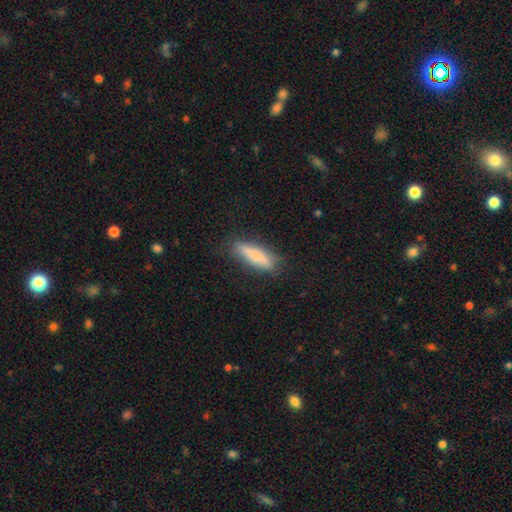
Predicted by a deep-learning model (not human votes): smooth_or_featured: smooth (p=0.77) [alt: featured or disk p=0.17]
how_rounded: cigar-shaped (p=0.74) [alt: in between p=0.25]
merging: none (p=0.80) [alt: minor disturbance p=0.15]